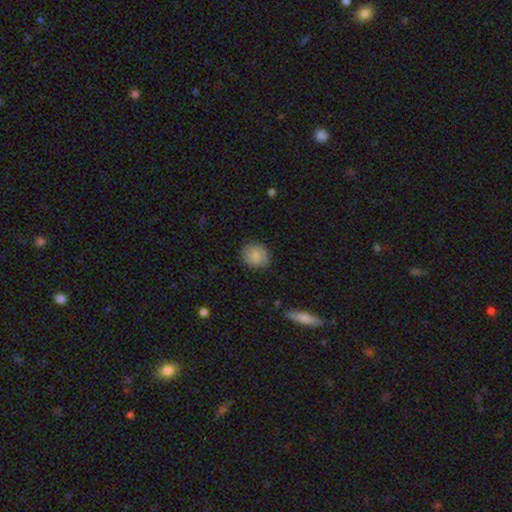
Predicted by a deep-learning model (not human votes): A smooth galaxy with no disk features (86%) that is round (80%). Merging: none (86%).